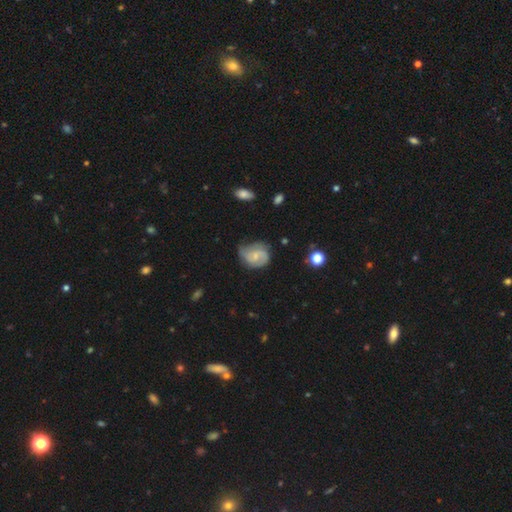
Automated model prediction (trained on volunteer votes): featured or disk 61%, smooth 32%, star or artifact 7%. Down the decision tree: edge-on disk — no (97%); bar — no (58%); spiral arms — yes (88%); spiral arm count — 2 (59%); spiral winding — medium (43%); bulge size — small (62%); merging — none (52%).